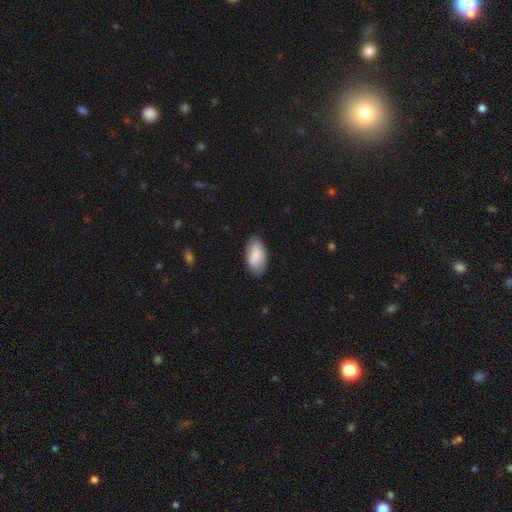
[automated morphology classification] Smooth or featured?
  - smooth: 84% *
  - featured or disk: 10%
  - star or artifact: 6%
How rounded?
  - in between: 95% *
  - round: 3%
  - cigar-shaped: 2%
Merging?
  - none: 78% *
  - minor disturbance: 18%
  - major disturbance: 3%
  - merger: 1%